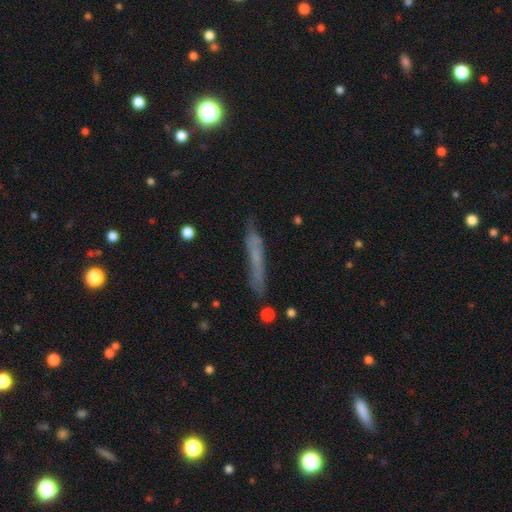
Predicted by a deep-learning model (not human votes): Morphology: type=smooth (52%); roundness=cigar-shaped (93%); merging=none (72%).